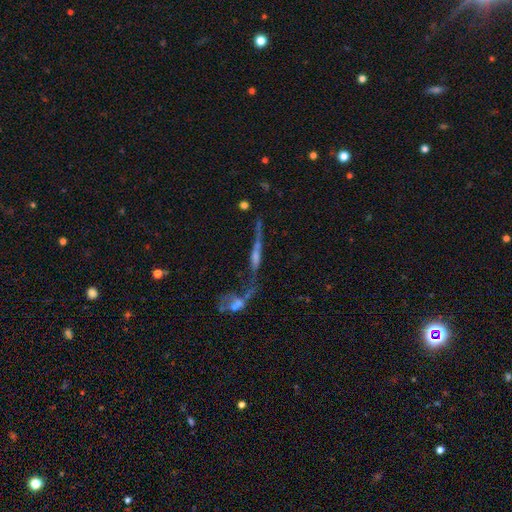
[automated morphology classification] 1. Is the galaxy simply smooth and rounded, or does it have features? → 66% featured or disk, 19% smooth, 15% star or artifact.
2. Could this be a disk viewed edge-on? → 69% yes, 31% no.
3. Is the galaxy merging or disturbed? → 48% merger, 26% none, 15% major disturbance, 11% minor disturbance.